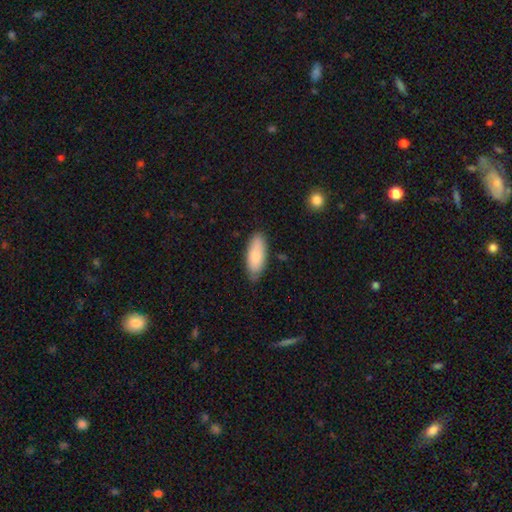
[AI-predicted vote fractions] Smooth or featured?
  - smooth: 78% *
  - featured or disk: 16%
  - star or artifact: 6%
How rounded?
  - in between: 83% *
  - cigar-shaped: 15%
  - round: 2%
Merging?
  - none: 79% *
  - minor disturbance: 17%
  - major disturbance: 3%
  - merger: 2%